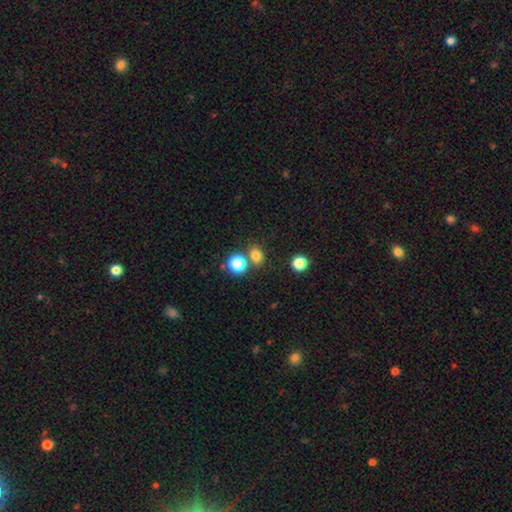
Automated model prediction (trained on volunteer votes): A smooth galaxy with no disk features (77%) that is round (58%). Merging: none (70%).